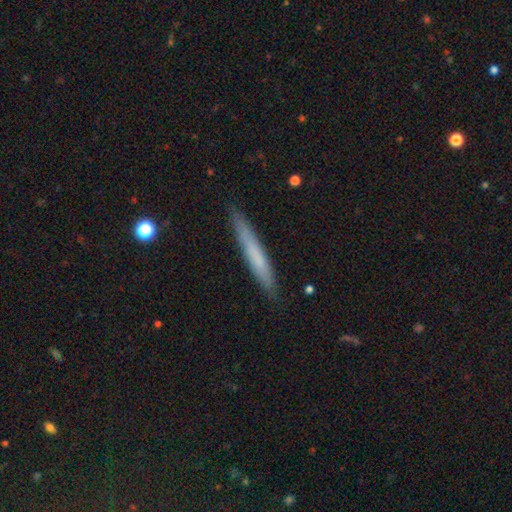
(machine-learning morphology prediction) Overall: smooth (64%; featured or disk 30%). How rounded: cigar-shaped (96%). Merging: none (89%).